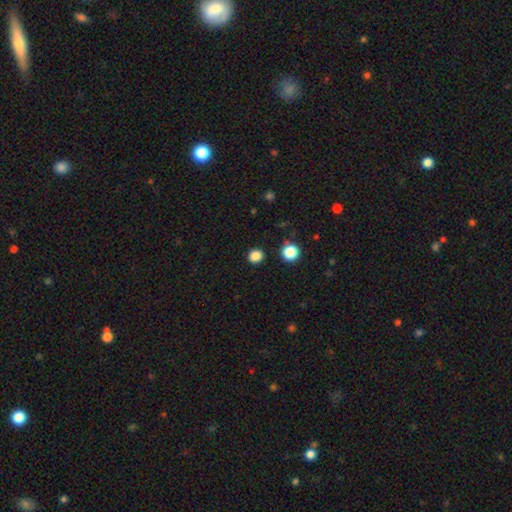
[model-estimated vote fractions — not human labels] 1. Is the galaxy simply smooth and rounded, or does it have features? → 85% smooth, 12% star or artifact, 3% featured or disk.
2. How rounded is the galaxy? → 81% round, 18% in between, 1% cigar-shaped.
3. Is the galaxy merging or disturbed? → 90% none, 6% minor disturbance, 2% major disturbance, 2% merger.